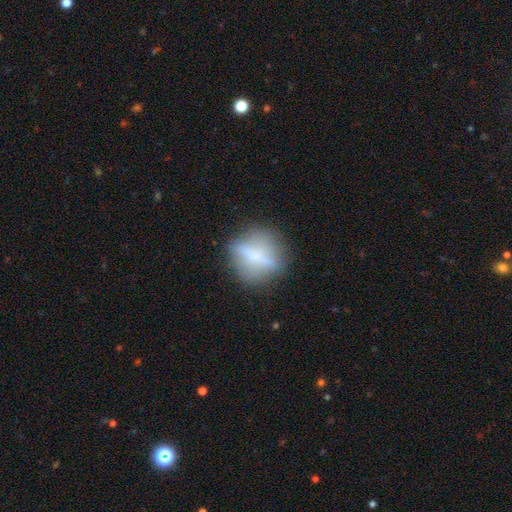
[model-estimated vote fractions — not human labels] featured or disk 46%, smooth 43%, star or artifact 11%. Down the decision tree: merging — none (76%).